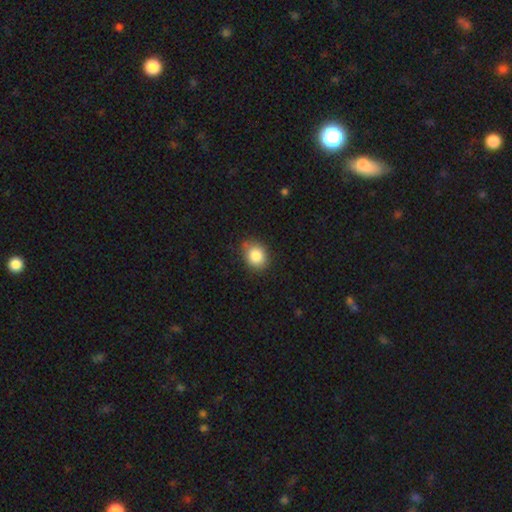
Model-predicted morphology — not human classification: A smooth galaxy with no disk features (85%) that is round (62%).

Vote fractions:
- Smooth or featured? smooth: 85% / star or artifact: 9% / featured or disk: 6%
- How rounded? round: 62% / in between: 37% / cigar-shaped: 1%
- Merging? none: 78% / minor disturbance: 17% / major disturbance: 3% / merger: 2%